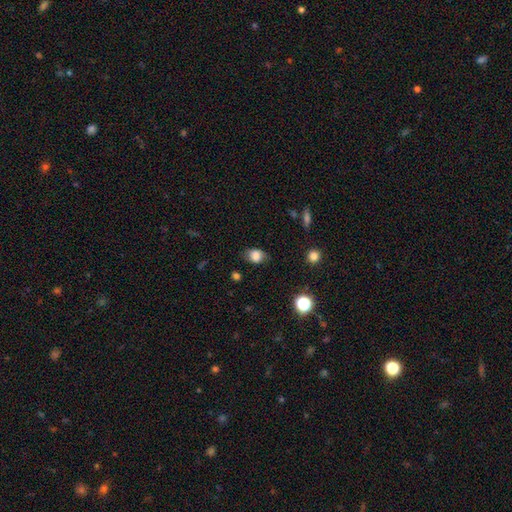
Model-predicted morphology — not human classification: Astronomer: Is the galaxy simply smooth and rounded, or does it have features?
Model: smooth — 80%.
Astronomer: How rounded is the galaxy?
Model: in between — 64%.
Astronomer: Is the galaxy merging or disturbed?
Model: none — 71%.